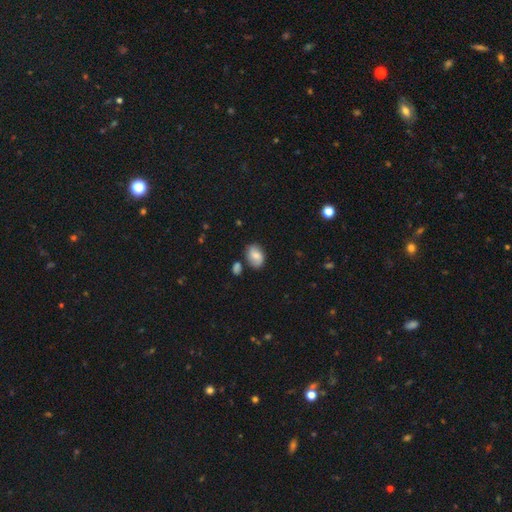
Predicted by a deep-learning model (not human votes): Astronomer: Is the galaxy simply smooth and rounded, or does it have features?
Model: smooth — 69%.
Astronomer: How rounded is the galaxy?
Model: in between — 80%.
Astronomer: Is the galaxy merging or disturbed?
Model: none — 72%.